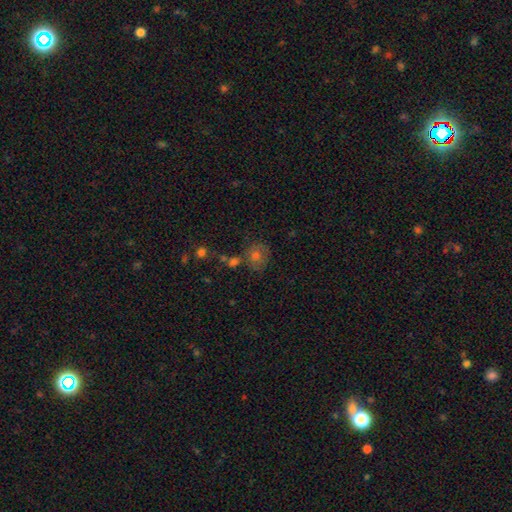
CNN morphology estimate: Q: Smooth or featured?
A: smooth (62%); runner-up: star or artifact (19%)
Q: How rounded?
A: round (78%); runner-up: in between (21%)
Q: Merging?
A: none (67%); runner-up: minor disturbance (15%)